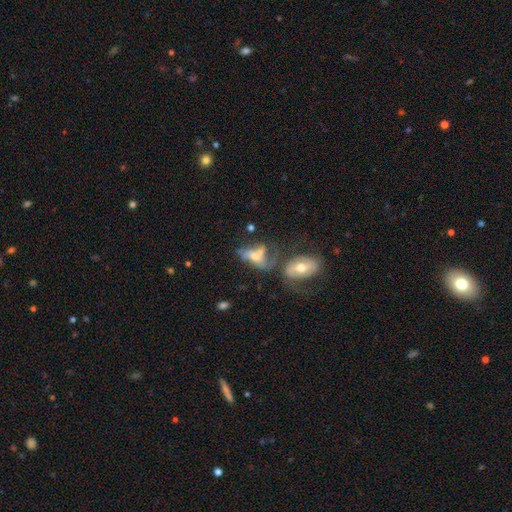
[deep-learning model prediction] Morphology: type=featured or disk (55%); edge-on=no (92%); bar=no (62%); spiral arms=yes (51%); bulge=moderate (52%); merging=merger (47%).